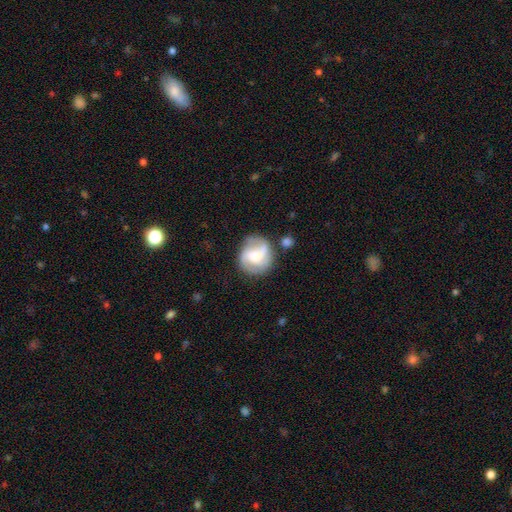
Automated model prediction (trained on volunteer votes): Smooth or featured? featured or disk (66%)
Edge-on disk? no (97%)
Bar? no (44%)
Spiral arms? yes (90%)
Spiral winding? medium (46%)
Spiral arm count? 2 (55%)
Bulge size? moderate (59%)
Merging? none (70%)